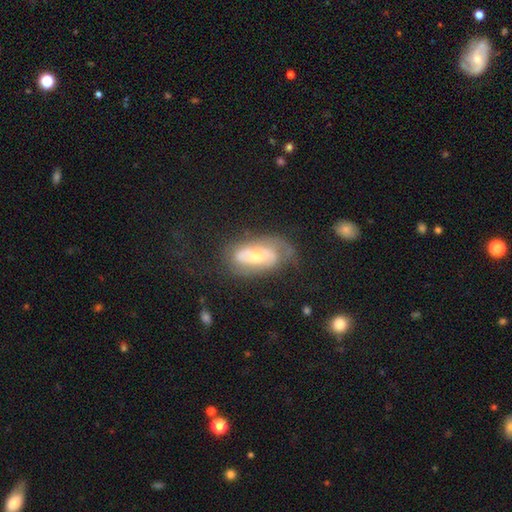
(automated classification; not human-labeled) Q: Smooth or featured?
A: featured or disk (69%); runner-up: smooth (24%)
Q: Edge-on disk?
A: no (91%); runner-up: yes (9%)
Q: Bar?
A: weak (38%); runner-up: no (36%)
Q: Spiral arms?
A: yes (83%); runner-up: no (17%)
Q: Spiral winding?
A: tight (46%); runner-up: medium (37%)
Q: Spiral arm count?
A: 2 (51%); runner-up: can't tell (28%)
Q: Bulge size?
A: moderate (51%); runner-up: small (36%)
Q: Merging?
A: none (53%); runner-up: minor disturbance (24%)